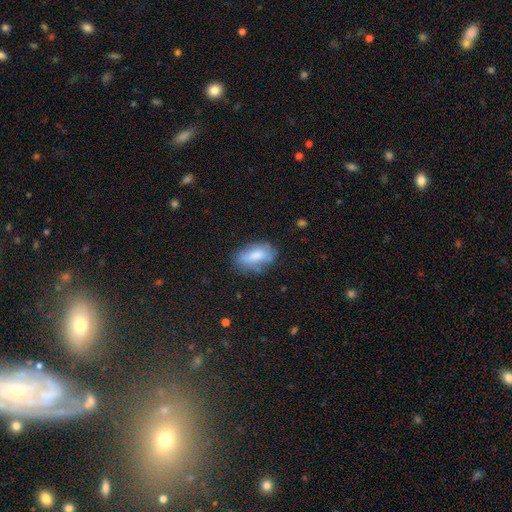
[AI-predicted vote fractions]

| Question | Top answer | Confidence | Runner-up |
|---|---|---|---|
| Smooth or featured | smooth | 75% | featured or disk (17%) |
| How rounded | in between | 90% | round (5%) |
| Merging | none | 62% | minor disturbance (26%) |